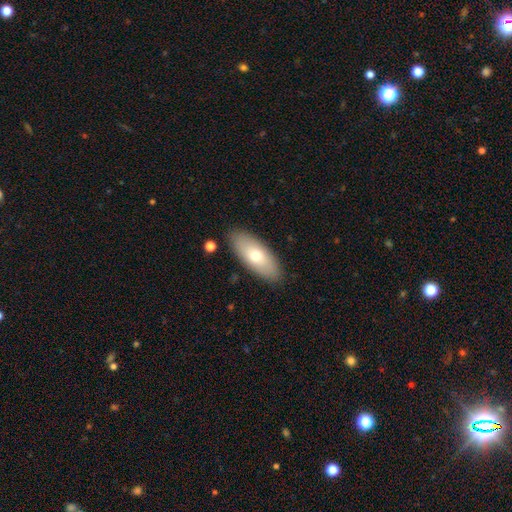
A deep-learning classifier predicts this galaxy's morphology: Smooth or featured? Predicted: smooth (p=0.68). How rounded? Predicted: in between (p=0.81). Merging? Predicted: none (p=0.87).